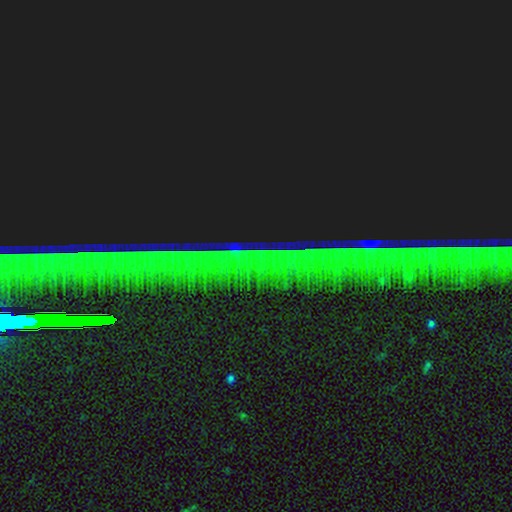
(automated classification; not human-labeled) This appears to be a star or artifact, not a galaxy (85%).